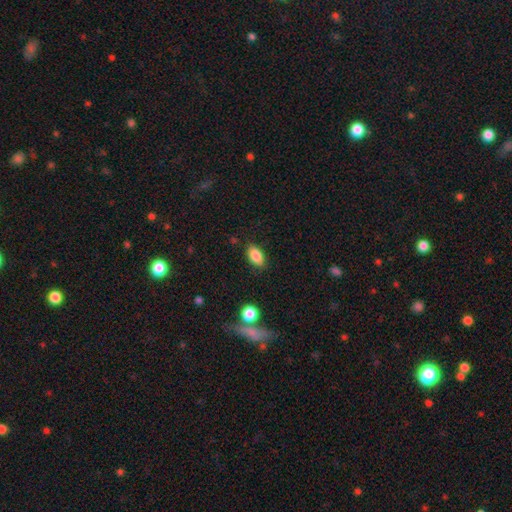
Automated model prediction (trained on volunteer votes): smooth_or_featured: smooth (p=0.85) [alt: star or artifact p=0.09]
how_rounded: in between (p=0.90) [alt: round p=0.07]
merging: none (p=0.83) [alt: minor disturbance p=0.12]